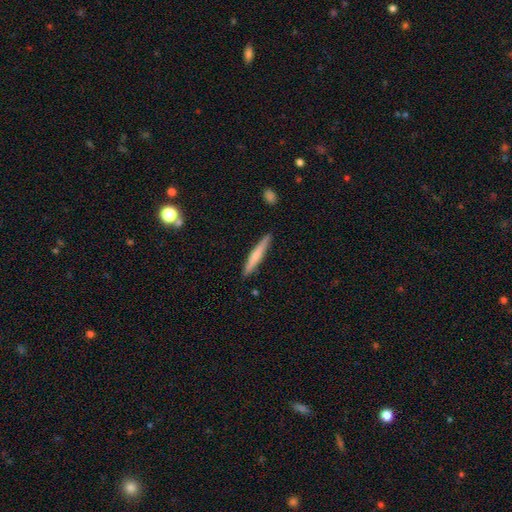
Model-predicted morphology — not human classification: type=smooth (63%); roundness=cigar-shaped (95%); merging=none (90%).